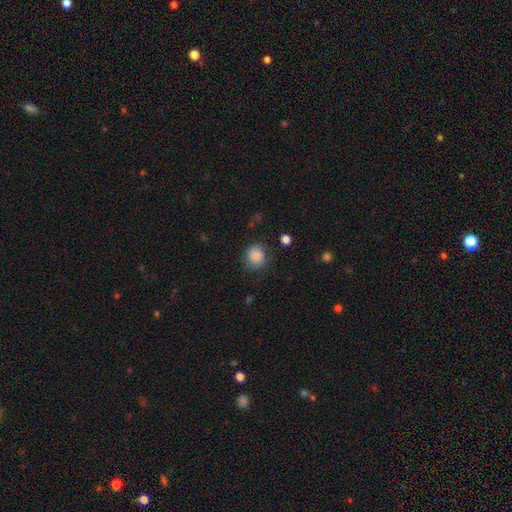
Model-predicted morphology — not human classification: Smooth or featured?
  - smooth: 81% *
  - featured or disk: 10%
  - star or artifact: 9%
How rounded?
  - round: 82% *
  - in between: 17%
  - cigar-shaped: 1%
Merging?
  - none: 77% *
  - minor disturbance: 16%
  - major disturbance: 5%
  - merger: 2%